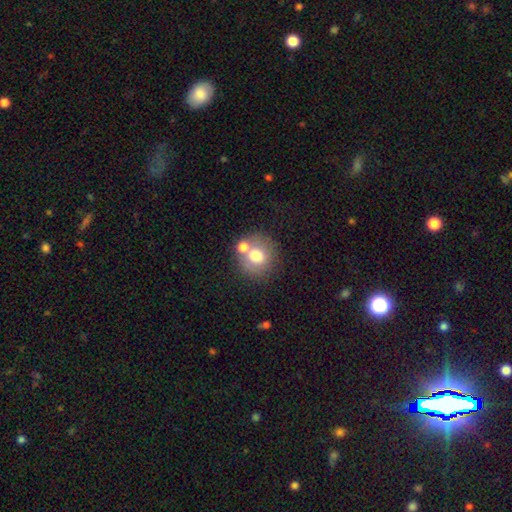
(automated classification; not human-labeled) smooth_or_featured: smooth (p=0.69) [alt: featured or disk p=0.20]
how_rounded: round (p=0.85) [alt: in between p=0.14]
merging: none (p=0.59) [alt: merger p=0.26]